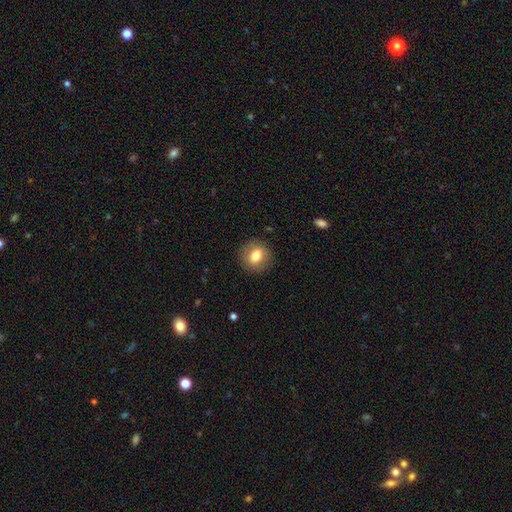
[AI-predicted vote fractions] This appears to be a smooth galaxy with no disk features (76%) that is round (79%). Merging: none (88%).